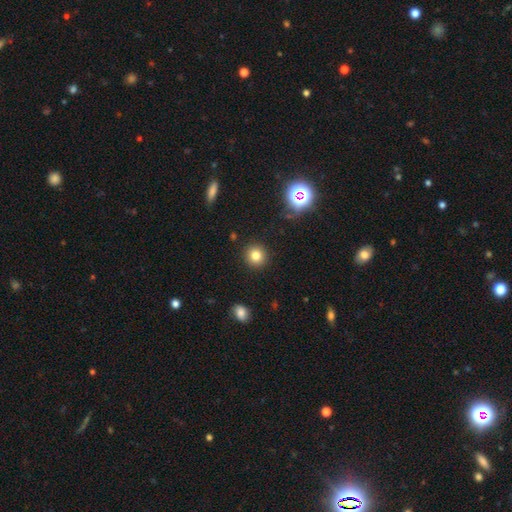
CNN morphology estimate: This appears to be a smooth galaxy with no disk features (80%) that is round (92%). Merging: none (90%).